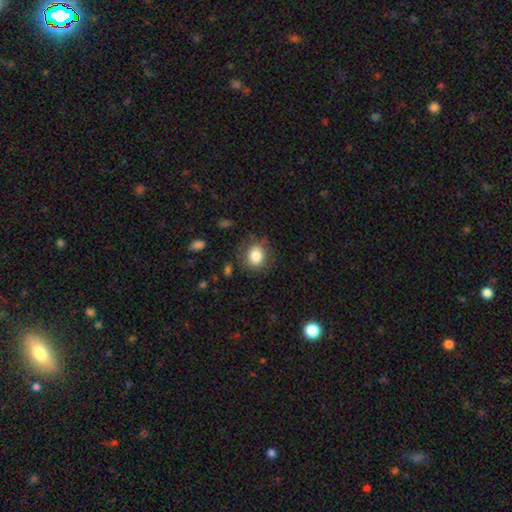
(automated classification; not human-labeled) Smooth or featured? Predicted: smooth (p=0.81). How rounded? Predicted: round (p=0.70). Merging? Predicted: none (p=0.77).